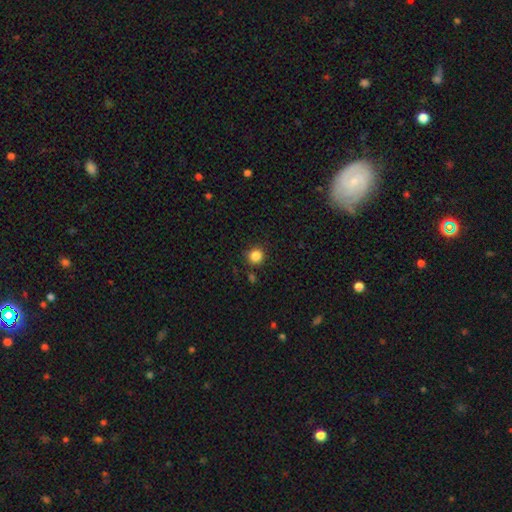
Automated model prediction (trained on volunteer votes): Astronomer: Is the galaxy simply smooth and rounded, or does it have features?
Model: smooth — 85%.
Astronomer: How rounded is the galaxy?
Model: round — 93%.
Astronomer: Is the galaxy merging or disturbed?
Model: none — 87%.